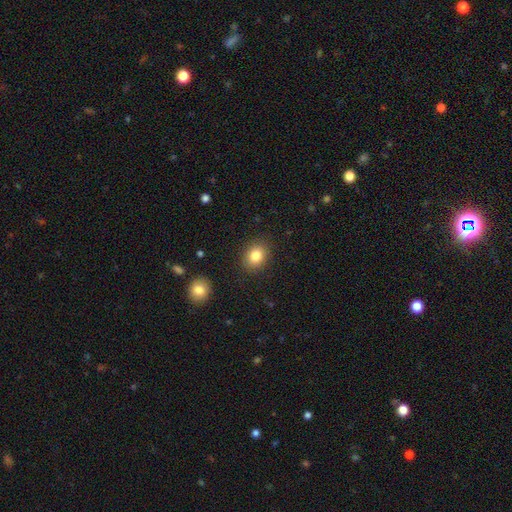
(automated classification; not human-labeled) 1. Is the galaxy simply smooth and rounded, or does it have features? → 83% smooth, 10% star or artifact, 7% featured or disk.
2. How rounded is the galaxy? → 50% in between, 49% round, 1% cigar-shaped.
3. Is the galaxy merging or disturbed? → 88% none, 8% minor disturbance, 3% major disturbance, 1% merger.